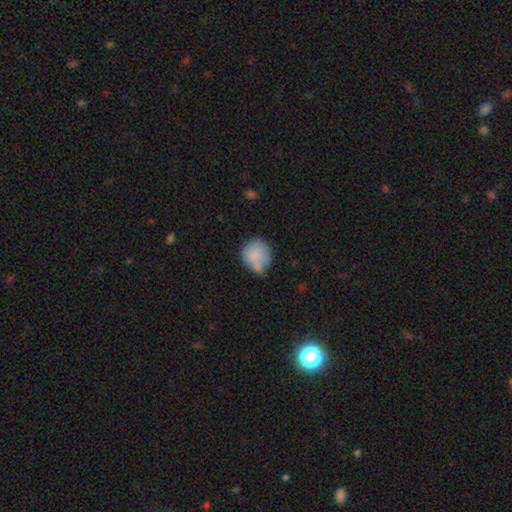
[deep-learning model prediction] Smooth or featured: smooth — 79% (featured or disk — 13%)
How rounded: round — 86% (in between — 13%)
Merging: none — 48% (minor disturbance — 30%)